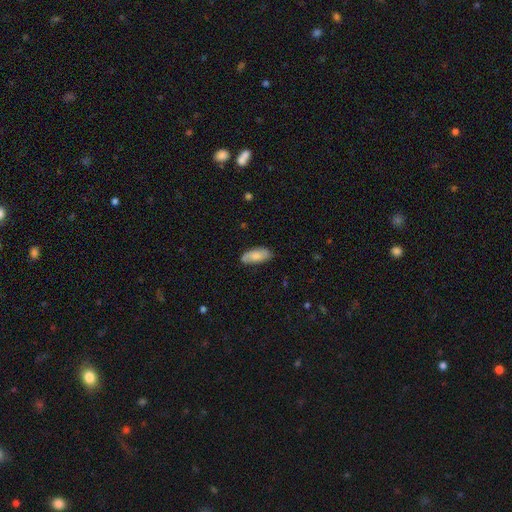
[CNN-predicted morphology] A smooth galaxy with no disk features (73%) that is in between round and cigar-shaped (84%). Merging: none (74%).